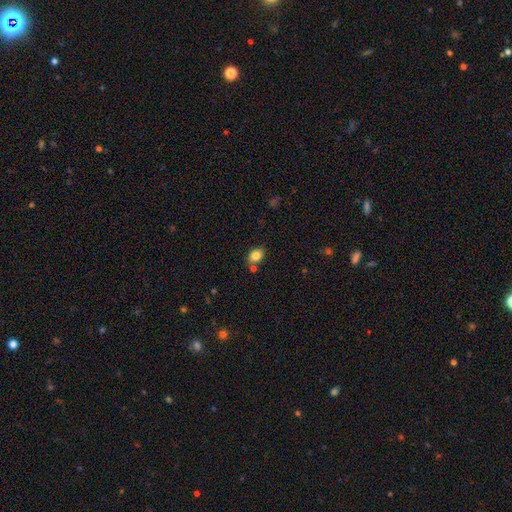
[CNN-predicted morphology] smooth 82%, star or artifact 10%, featured or disk 8%. Down the decision tree: how rounded — in between (68%); merging — none (71%).